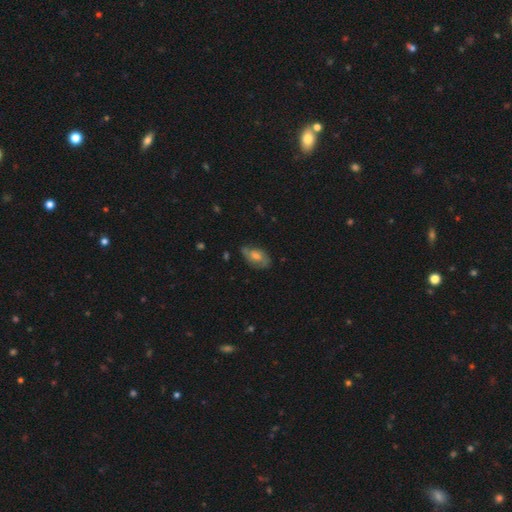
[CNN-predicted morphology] featured or disk 52%, smooth 38%, star or artifact 11%. Down the decision tree: edge-on disk — no (91%); merging — none (65%).